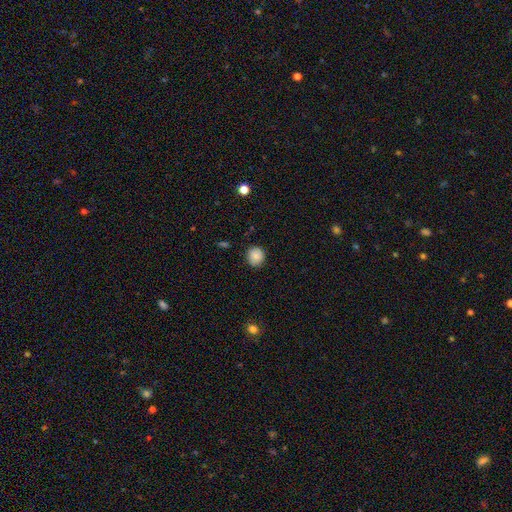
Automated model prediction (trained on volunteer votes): Smooth or featured? smooth (81%)
How rounded? round (86%)
Merging? none (85%)